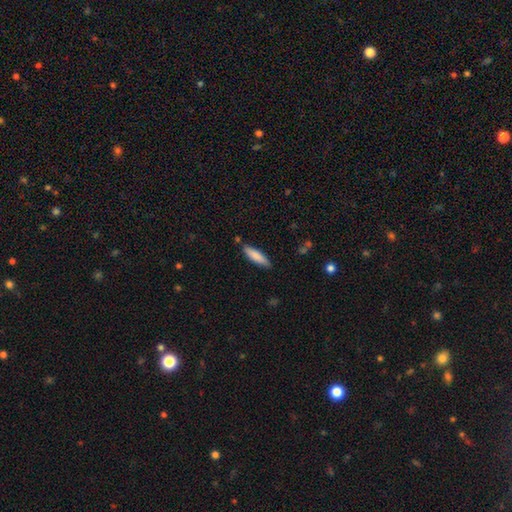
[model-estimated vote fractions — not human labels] A smooth galaxy with no disk features (82%) that is cigar-shaped (68%). Merging: none (82%).